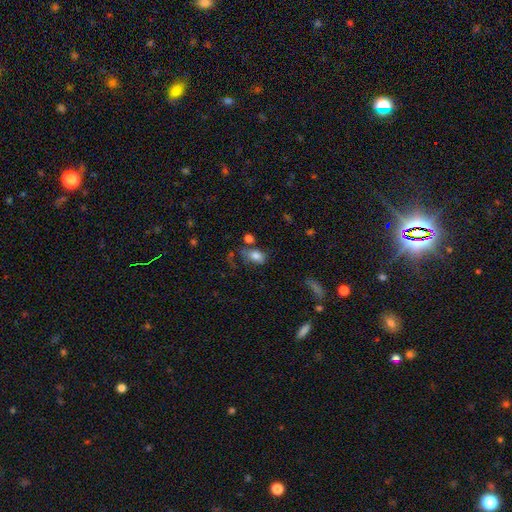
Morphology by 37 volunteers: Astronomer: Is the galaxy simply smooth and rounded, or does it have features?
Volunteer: smooth — 84%.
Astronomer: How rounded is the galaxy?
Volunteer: in between — 81%.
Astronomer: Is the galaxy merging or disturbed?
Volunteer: none — 50% (runner-up: minor disturbance, 36%).